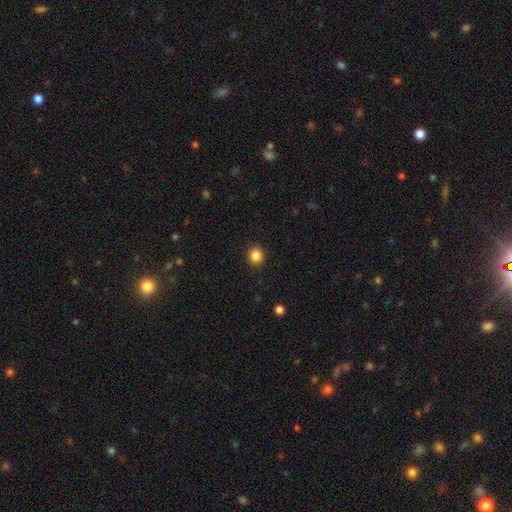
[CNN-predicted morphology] Smooth or featured: smooth — 86% (star or artifact — 11%)
How rounded: round — 89% (in between — 10%)
Merging: none — 92% (minor disturbance — 5%)